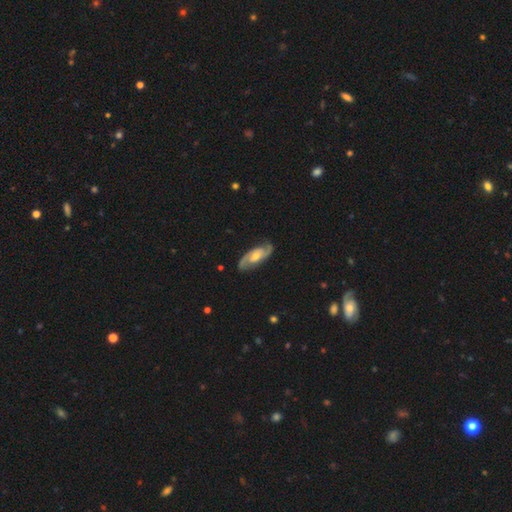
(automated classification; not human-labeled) Smooth or featured?
  - featured or disk: 87% *
  - smooth: 9%
  - star or artifact: 4%
Edge-on disk?
  - no: 94% *
  - yes: 6%
Bar?
  - no: 50% *
  - weak: 39%
  - strong: 12%
Spiral arms?
  - yes: 97% *
  - no: 3%
Spiral winding?
  - medium: 50% *
  - tight: 34%
  - loose: 16%
Spiral arm count?
  - 2: 92% *
  - can't tell: 4%
  - 3: 1%
  - 1: 1%
  - 4: 1%
  - more than 4: 1%
Bulge size?
  - moderate: 57% *
  - small: 33%
  - large: 5%
  - none: 3%
  - dominant: 1%
Merging?
  - none: 84% *
  - minor disturbance: 12%
  - major disturbance: 3%
  - merger: 1%